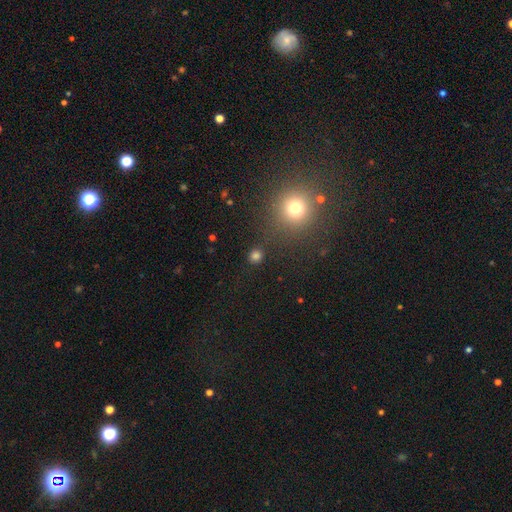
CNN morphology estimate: smooth 79%, star or artifact 17%, featured or disk 4%. Down the decision tree: how rounded — round (88%); merging — none (87%).